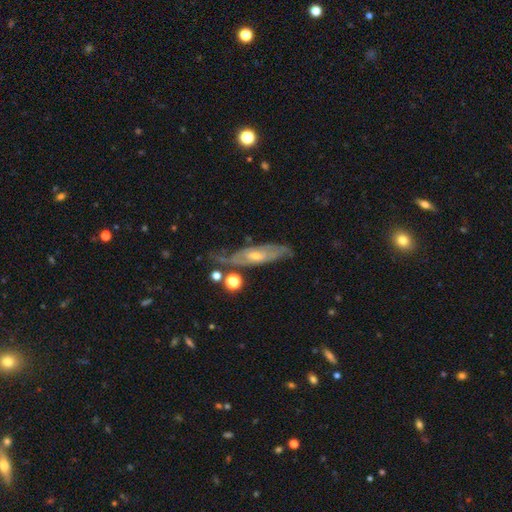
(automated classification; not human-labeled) Overall: featured or disk (72%). Edge-on disk: no (70%; yes 30%). Bar: no (59%; weak 33%). Spiral arms: yes (80%). Bulge size: small (55%; moderate 39%). Merging: none (53%; minor disturbance 25%).